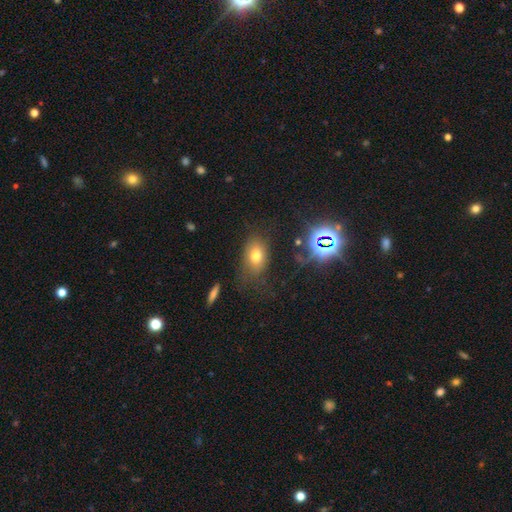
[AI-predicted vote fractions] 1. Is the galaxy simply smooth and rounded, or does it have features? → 71% smooth, 16% star or artifact, 13% featured or disk.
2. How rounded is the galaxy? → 78% in between, 20% round, 2% cigar-shaped.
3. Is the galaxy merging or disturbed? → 68% none, 18% minor disturbance, 10% major disturbance, 3% merger.